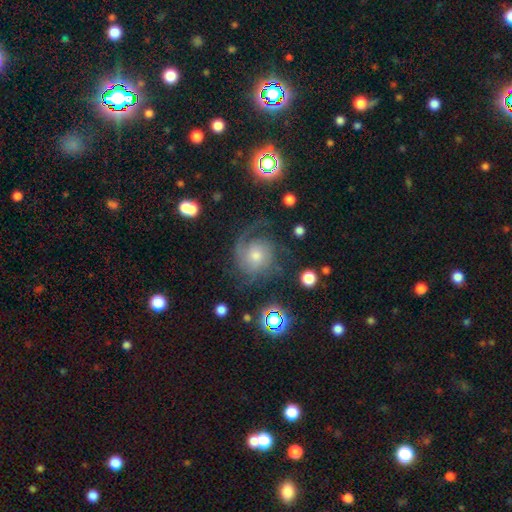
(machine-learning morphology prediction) A featured or disk galaxy (75%) with no bar (75%), 2 (32%) tight (45%) spiral arms (95%) and a moderate central bulge (48%). Merging: none (66%).